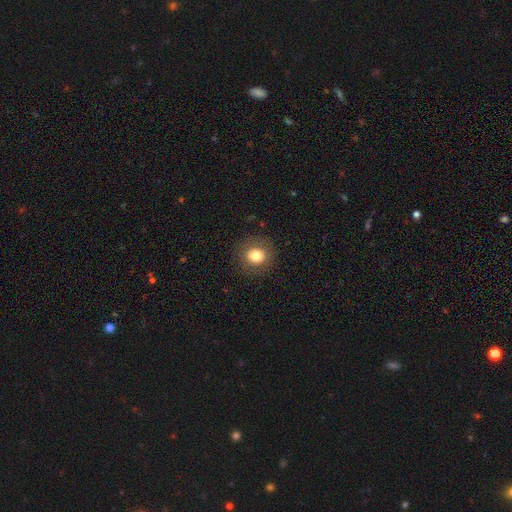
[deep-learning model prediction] This appears to be a smooth galaxy with no disk features (78%) that is round (89%). Merging: none (89%).